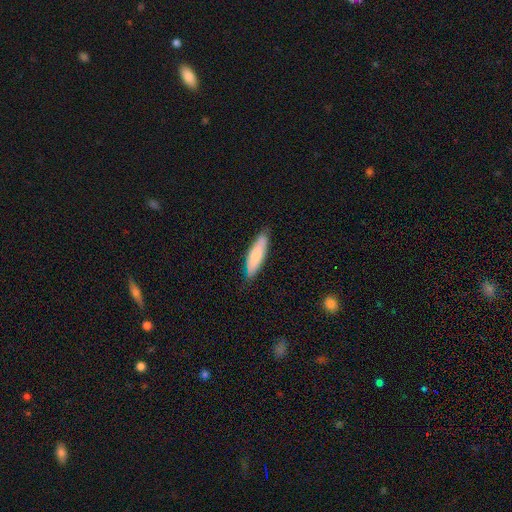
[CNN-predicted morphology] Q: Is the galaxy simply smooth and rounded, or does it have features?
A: smooth — 78%.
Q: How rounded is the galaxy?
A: cigar-shaped — 68%.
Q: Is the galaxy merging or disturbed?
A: none — 81%.